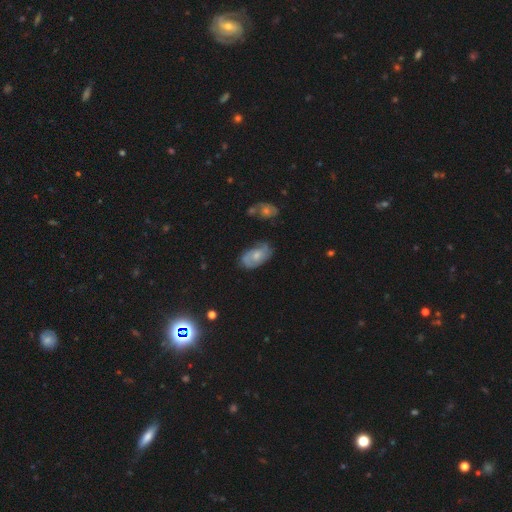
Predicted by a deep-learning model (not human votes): smooth_or_featured: featured or disk (p=0.54) [alt: smooth p=0.38]
disk_edge_on: no (p=0.94) [alt: yes p=0.06]
bar: no (p=0.71) [alt: weak p=0.25]
has_spiral_arms: yes (p=0.78) [alt: no p=0.22]
bulge_size: moderate (p=0.51) [alt: small p=0.41]
merging: none (p=0.62) [alt: minor disturbance p=0.26]